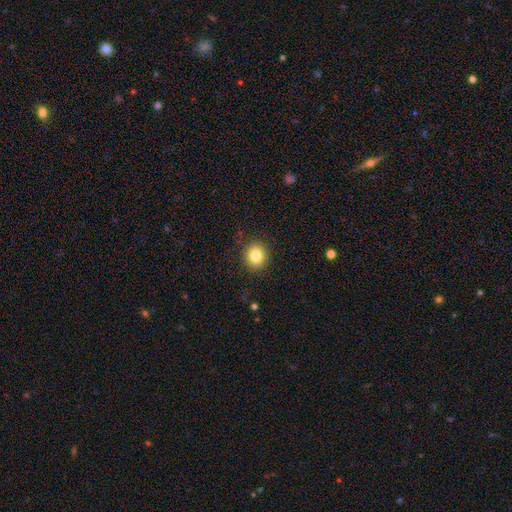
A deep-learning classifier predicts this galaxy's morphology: Overall: smooth (82%). How rounded: round (81%). Merging: none (88%).